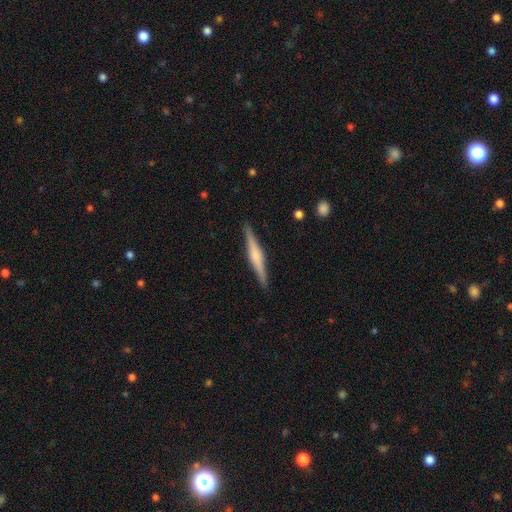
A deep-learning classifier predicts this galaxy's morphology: Q: Smooth or featured?
A: featured or disk (66%); runner-up: smooth (28%)
Q: Edge-on disk?
A: yes (98%); runner-up: no (2%)
Q: Edge-on bulge?
A: rounded (68%); runner-up: boxy (19%)
Q: Merging?
A: none (91%); runner-up: minor disturbance (7%)